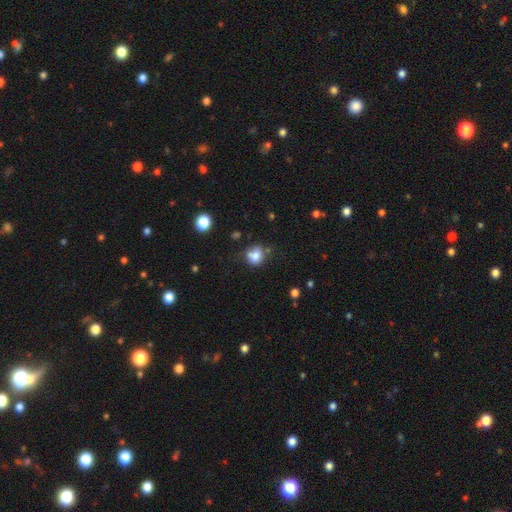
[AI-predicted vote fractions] Q: Smooth or featured?
A: smooth (78%); runner-up: star or artifact (11%)
Q: How rounded?
A: round (69%); runner-up: in between (30%)
Q: Merging?
A: none (54%); runner-up: minor disturbance (22%)